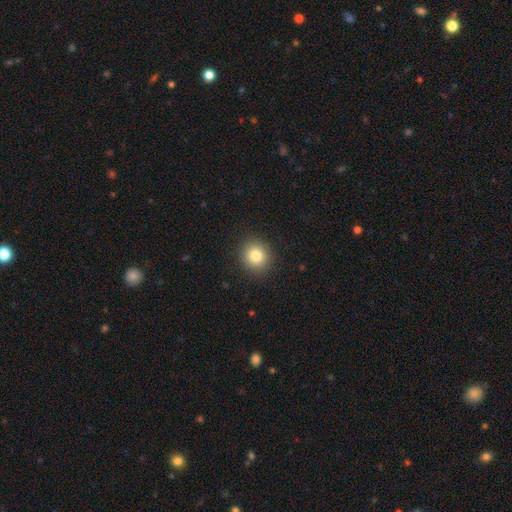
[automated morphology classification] Smooth or featured?
  - smooth: 83% *
  - star or artifact: 11%
  - featured or disk: 7%
How rounded?
  - round: 89% *
  - in between: 10%
  - cigar-shaped: 1%
Merging?
  - none: 91% *
  - minor disturbance: 6%
  - major disturbance: 2%
  - merger: 1%